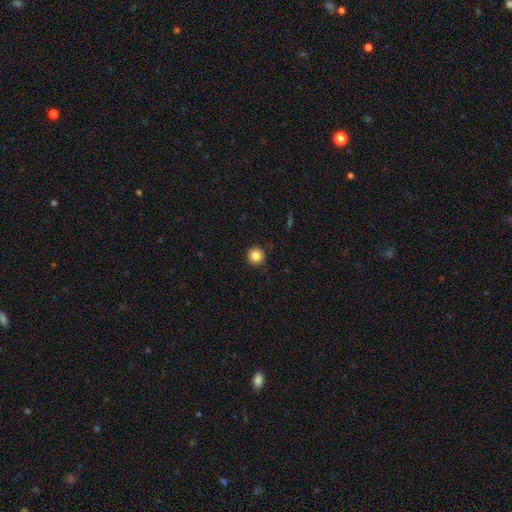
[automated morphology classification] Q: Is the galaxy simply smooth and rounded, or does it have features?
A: smooth — 84%.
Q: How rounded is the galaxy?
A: round — 95%.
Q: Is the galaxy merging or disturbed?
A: none — 89%.